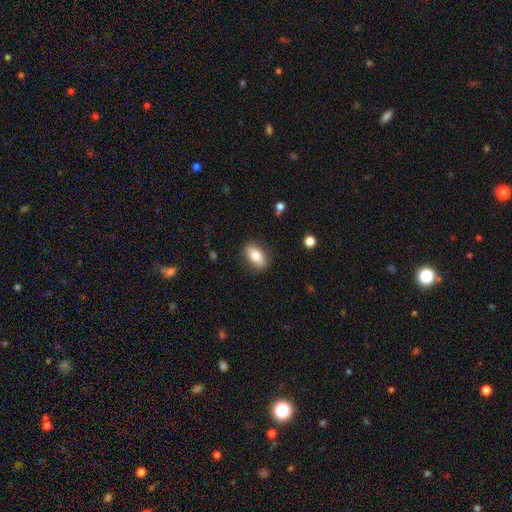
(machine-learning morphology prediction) Smooth or featured: smooth — 79% (featured or disk — 14%)
How rounded: in between — 87% (round — 7%)
Merging: none — 85% (minor disturbance — 11%)